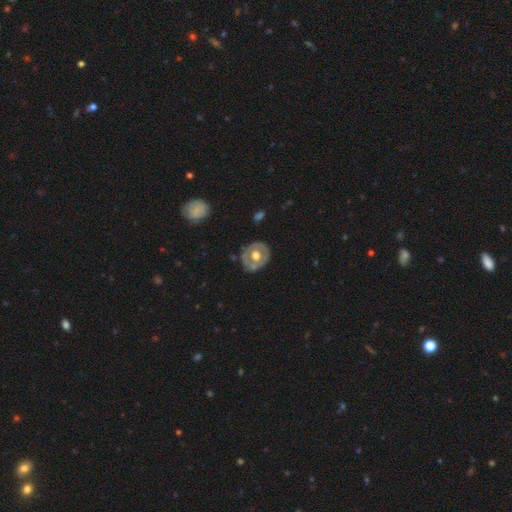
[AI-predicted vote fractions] Smooth or featured?
  - featured or disk: 56% *
  - smooth: 39%
  - star or artifact: 6%
Edge-on disk?
  - no: 94% *
  - yes: 6%
Bar?
  - no: 88% *
  - weak: 10%
  - strong: 3%
Spiral arms?
  - no: 86% *
  - yes: 14%
Bulge size?
  - moderate: 64% *
  - large: 30%
  - small: 4%
  - dominant: 1%
  - none: 1%
Merging?
  - none: 74% *
  - minor disturbance: 18%
  - major disturbance: 6%
  - merger: 2%